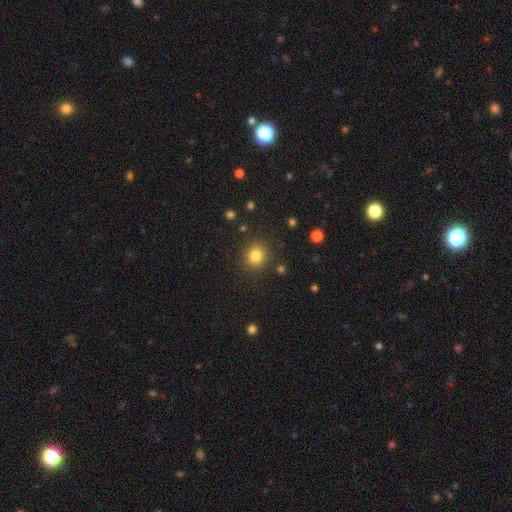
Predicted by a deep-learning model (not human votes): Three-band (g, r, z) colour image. It shows a smooth galaxy with no disk features (82%) that is round (88%). Merging: none (89%).